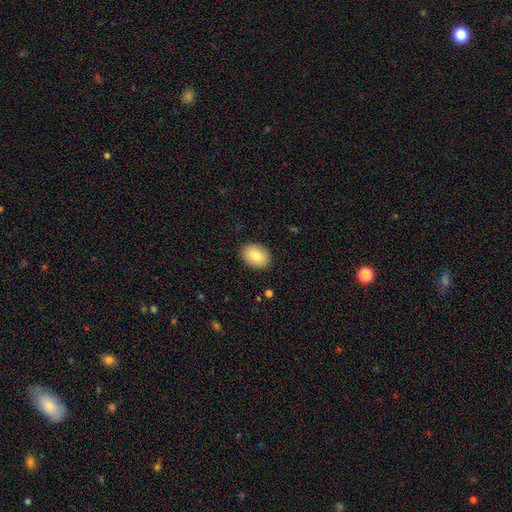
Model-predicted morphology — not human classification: Smooth or featured?
  - smooth: 82% *
  - featured or disk: 11%
  - star or artifact: 7%
How rounded?
  - in between: 78% *
  - round: 21%
  - cigar-shaped: 1%
Merging?
  - none: 89% *
  - minor disturbance: 8%
  - major disturbance: 2%
  - merger: 1%